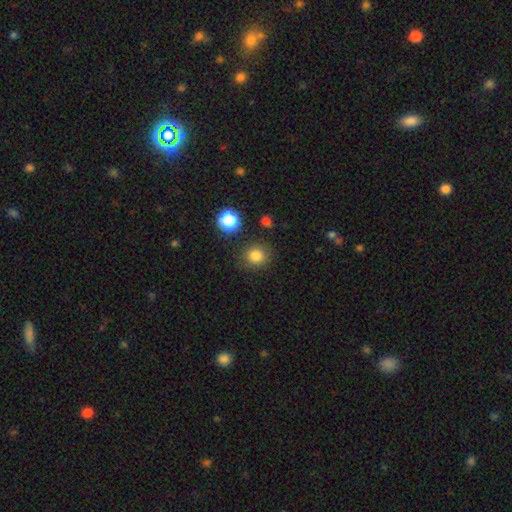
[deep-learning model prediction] This is clearly a smooth galaxy (83%). How rounded: clearly round (86%). Merging: clearly none (85%).